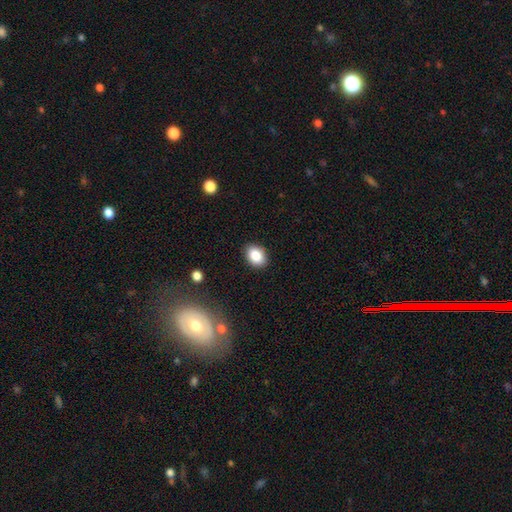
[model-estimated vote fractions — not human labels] Smooth or featured: smooth — 86% (star or artifact — 9%)
How rounded: in between — 69% (round — 30%)
Merging: none — 88% (minor disturbance — 9%)